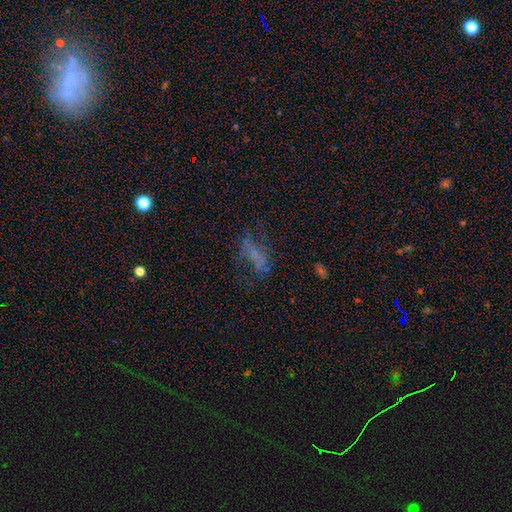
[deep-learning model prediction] Smooth or featured?
  - smooth: 40% *
  - featured or disk: 37%
  - star or artifact: 23%
Merging?
  - none: 44% *
  - major disturbance: 32%
  - minor disturbance: 20%
  - merger: 4%